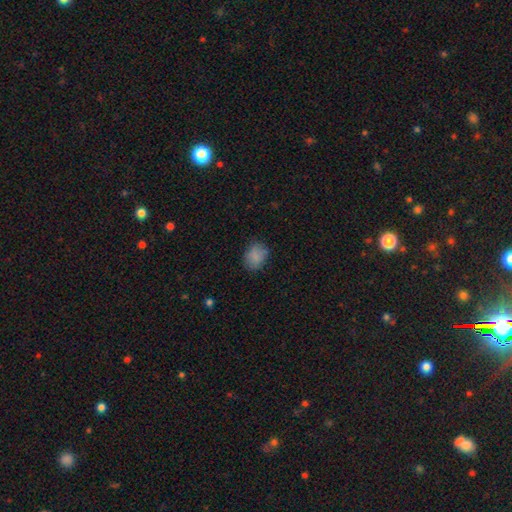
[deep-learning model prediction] This appears to be a smooth galaxy with no disk features (85%) that is in between round and cigar-shaped (57%). Merging: none (78%).